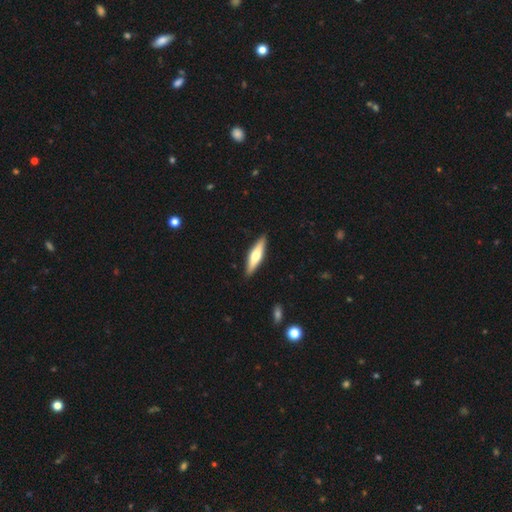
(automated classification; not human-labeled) Smooth or featured? Predicted: featured or disk (p=0.49). Merging? Predicted: none (p=0.90).